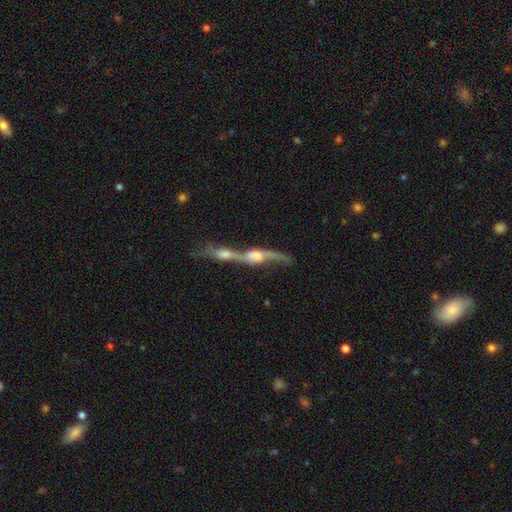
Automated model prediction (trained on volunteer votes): This appears to be a featured or disk galaxy (73%) viewed edge-on (62%). Merging: merger (68%).